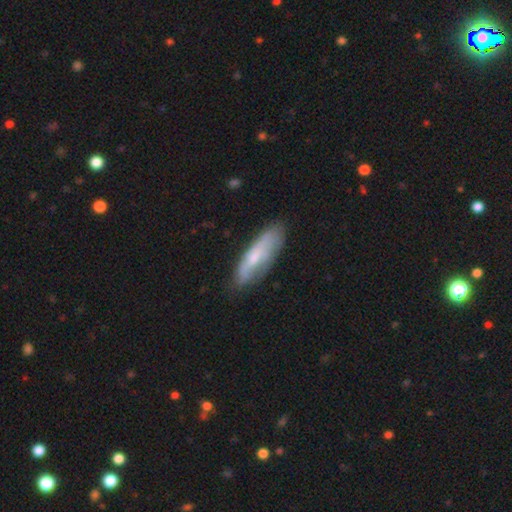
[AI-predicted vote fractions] A smooth galaxy with no disk features (55%) that is cigar-shaped (56%). Merging: none (67%).